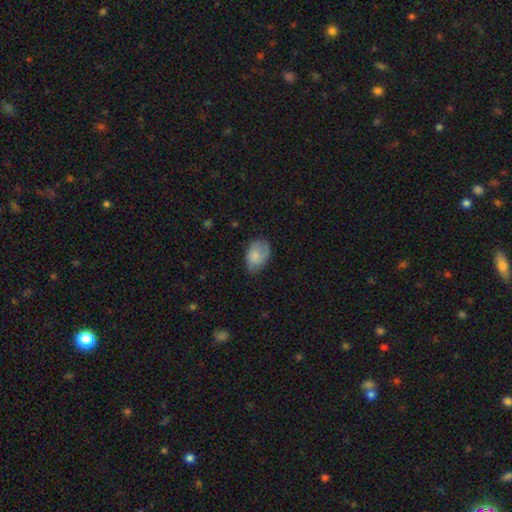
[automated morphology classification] Q: Smooth or featured?
A: smooth (77%); runner-up: featured or disk (16%)
Q: How rounded?
A: in between (80%); runner-up: round (18%)
Q: Merging?
A: none (59%); runner-up: minor disturbance (31%)